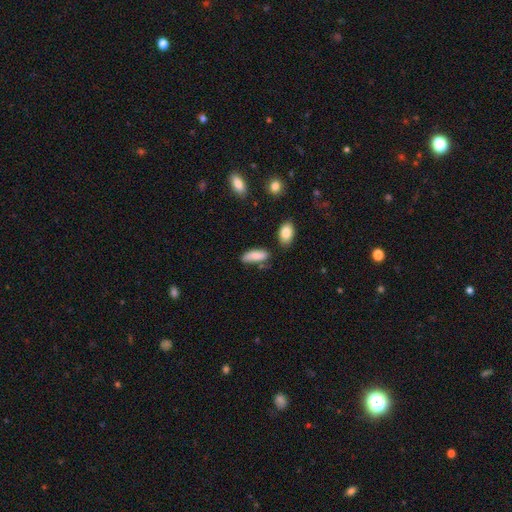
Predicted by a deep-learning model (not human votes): Overall: smooth (82%). How rounded: in between (77%). Merging: none (60%; minor disturbance 26%).